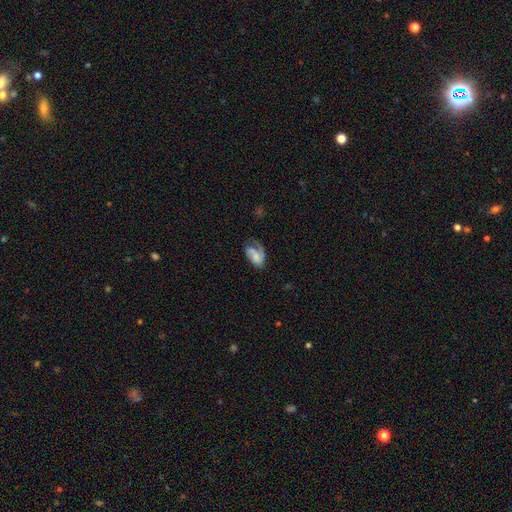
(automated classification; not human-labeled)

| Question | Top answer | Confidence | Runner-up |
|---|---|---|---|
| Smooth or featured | featured or disk | 58% | smooth (34%) |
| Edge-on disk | no | 97% | yes (3%) |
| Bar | no | 60% | weak (31%) |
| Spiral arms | yes | 85% | no (15%) |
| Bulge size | small | 34% | none (33%) |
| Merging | none | 39% | major disturbance (32%) |